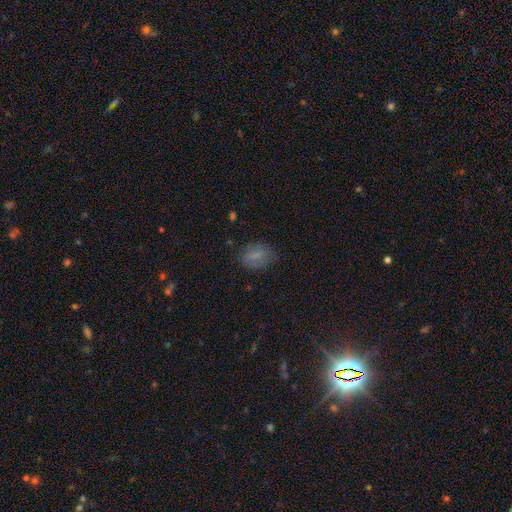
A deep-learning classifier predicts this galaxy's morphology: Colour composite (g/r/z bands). It shows a smooth galaxy with no disk features (65%) that is in between round and cigar-shaped (73%). Merging: none (69%).